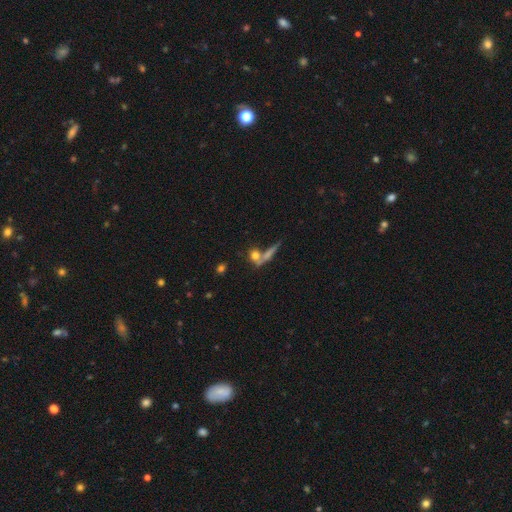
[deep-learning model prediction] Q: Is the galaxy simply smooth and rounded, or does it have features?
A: smooth — 66%.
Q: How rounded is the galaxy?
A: round — 50%.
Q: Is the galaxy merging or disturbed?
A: none — 49%.